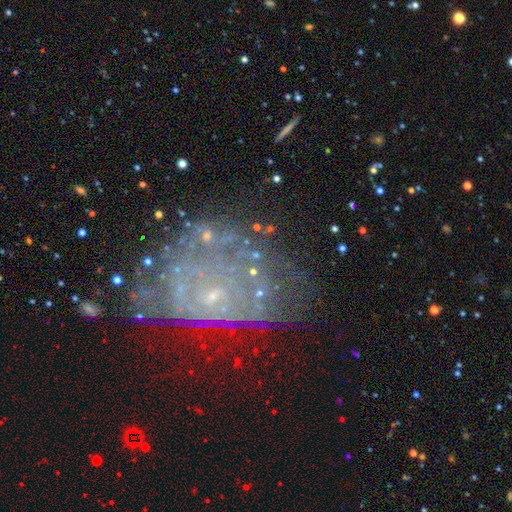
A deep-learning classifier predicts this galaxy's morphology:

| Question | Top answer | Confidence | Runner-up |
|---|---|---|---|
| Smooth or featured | featured or disk | 67% | star or artifact (20%) |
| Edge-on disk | no | 97% | yes (3%) |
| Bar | no | 73% | weak (20%) |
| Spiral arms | yes | 54% | no (46%) |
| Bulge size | small | 61% | none (25%) |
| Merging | none | 47% | major disturbance (26%) |